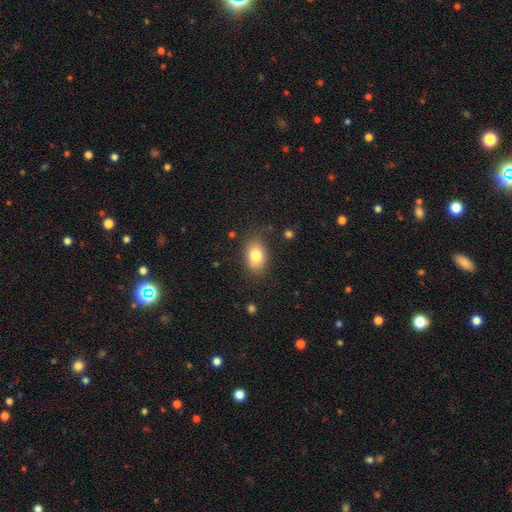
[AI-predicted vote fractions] The model was most divided on "how rounded": in between: 80%, round: 19%, cigar-shaped: 1%. More confident: smooth or featured — smooth (80%); merging — none (80%).